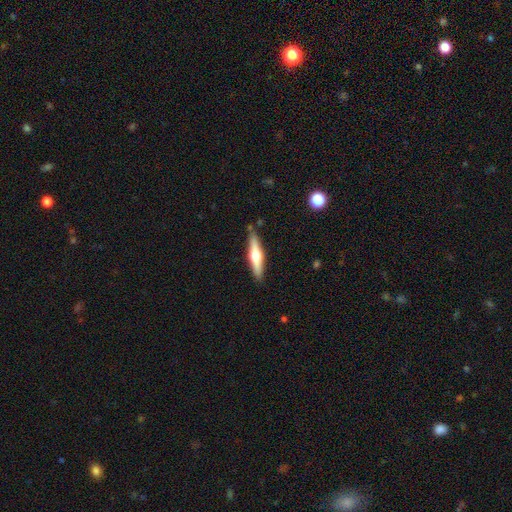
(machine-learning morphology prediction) This appears to be a featured or disk galaxy (54%) viewed edge-on (95%) with a rounded central bulge (92%). Merging: none (85%).